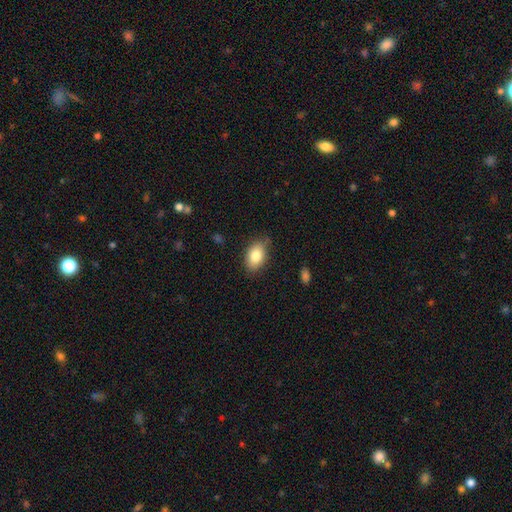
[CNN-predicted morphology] Smooth or featured? smooth (83%)
How rounded? in between (88%)
Merging? none (79%)